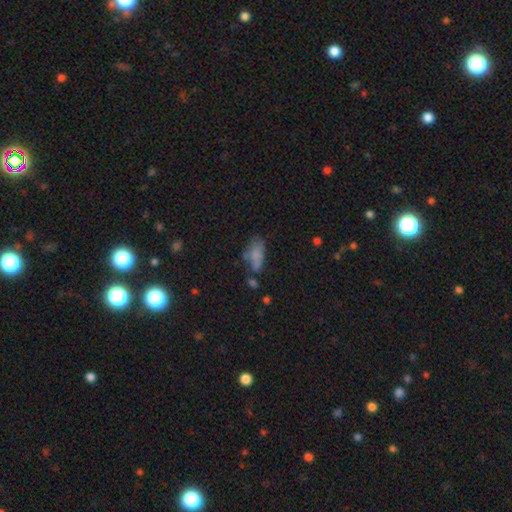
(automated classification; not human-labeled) A smooth galaxy with no disk features (72%) that is in between round and cigar-shaped (84%).

Vote fractions:
- Smooth or featured? smooth: 72% / featured or disk: 16% / star or artifact: 11%
- How rounded? in between: 84% / cigar-shaped: 12% / round: 4%
- Merging? none: 42% / minor disturbance: 26% / merger: 16% / major disturbance: 16%